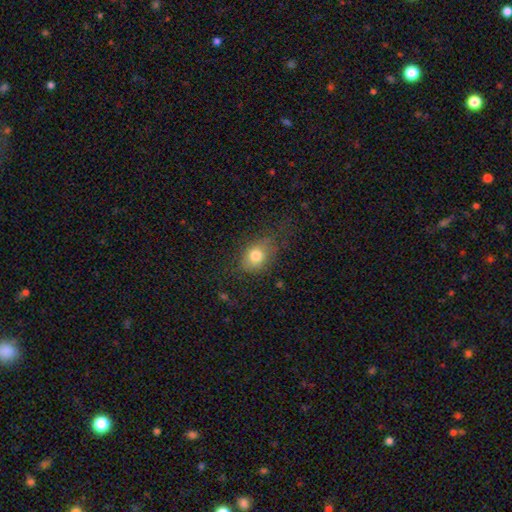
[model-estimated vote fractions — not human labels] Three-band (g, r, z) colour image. It shows a smooth galaxy with no disk features (78%) that is in between round and cigar-shaped (56%). Merging: none (64%).